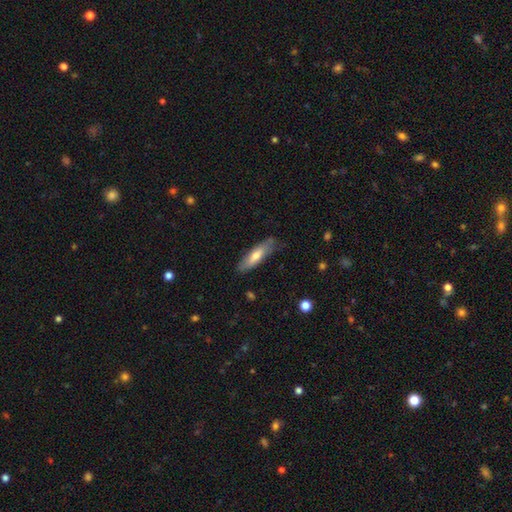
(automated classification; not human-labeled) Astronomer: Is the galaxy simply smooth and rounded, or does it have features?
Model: smooth — 68%.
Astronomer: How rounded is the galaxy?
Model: cigar-shaped — 60% (runner-up: in between, 38%).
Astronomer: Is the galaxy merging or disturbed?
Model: none — 76%.